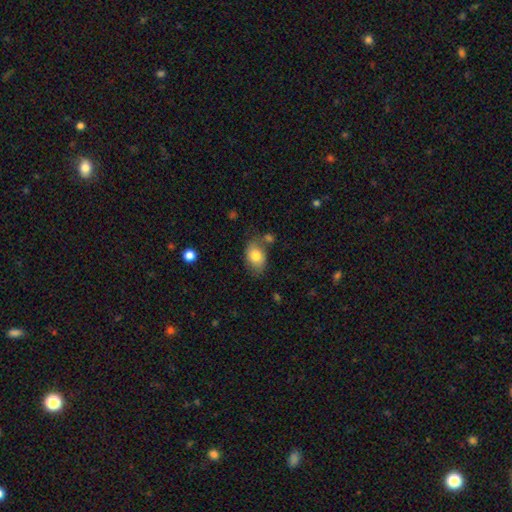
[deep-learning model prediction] A smooth galaxy with no disk features (77%) that is in between round and cigar-shaped (82%). Merging: none (66%).